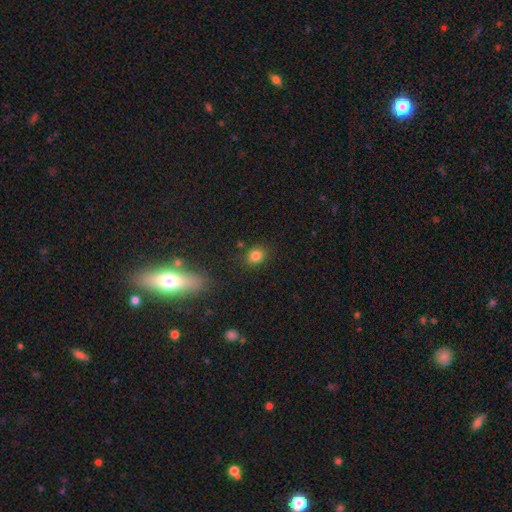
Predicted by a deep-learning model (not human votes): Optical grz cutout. It shows a smooth galaxy with no disk features (82%) that is round (65%). Merging: none (83%).